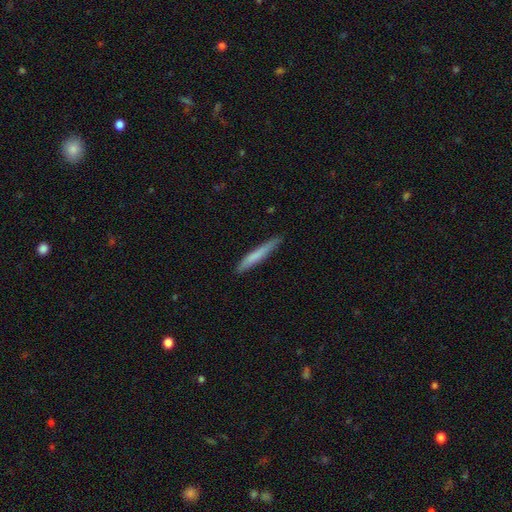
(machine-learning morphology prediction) A smooth galaxy with no disk features (72%) that is cigar-shaped (96%). Merging: none (88%).